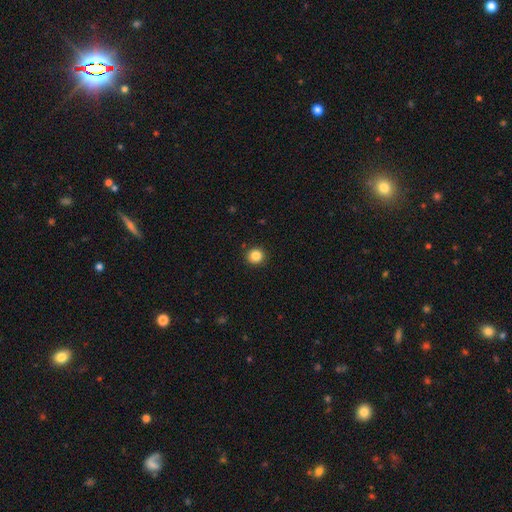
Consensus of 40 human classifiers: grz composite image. It shows a smooth galaxy with no disk features (88%) that is round (94%). Merging: none (86%).